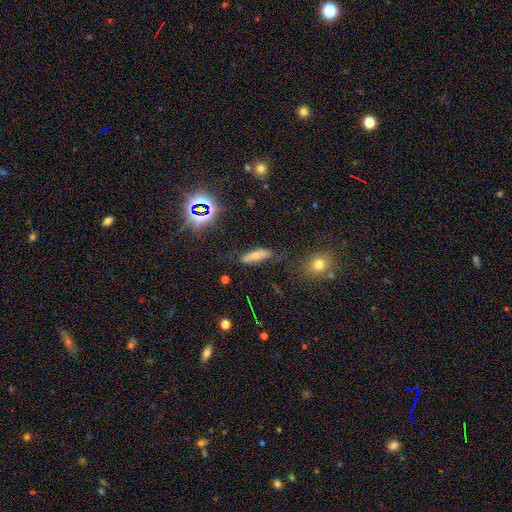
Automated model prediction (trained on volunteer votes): Smooth or featured: smooth — 56% (featured or disk — 28%)
How rounded: cigar-shaped — 55% (in between — 41%)
Merging: none — 73% (minor disturbance — 18%)